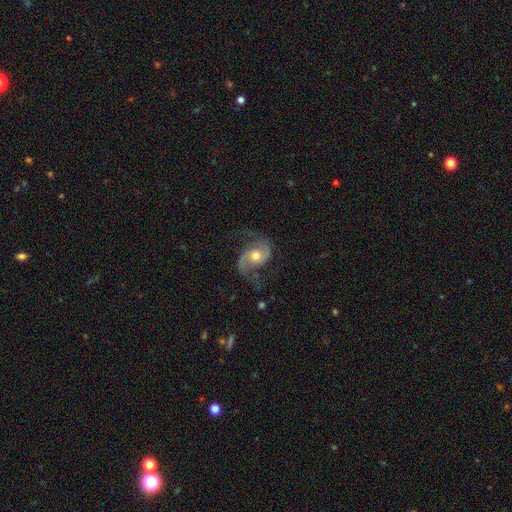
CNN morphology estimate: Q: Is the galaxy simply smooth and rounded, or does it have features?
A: featured or disk — 86%.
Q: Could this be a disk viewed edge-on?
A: no — 97%.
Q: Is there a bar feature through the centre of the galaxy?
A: no — 64%.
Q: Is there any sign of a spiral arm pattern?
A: yes — 96%.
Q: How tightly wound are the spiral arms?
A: loose — 49%.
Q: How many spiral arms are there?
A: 2 — 93%.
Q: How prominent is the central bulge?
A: moderate — 70%.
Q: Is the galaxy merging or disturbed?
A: none — 69%.